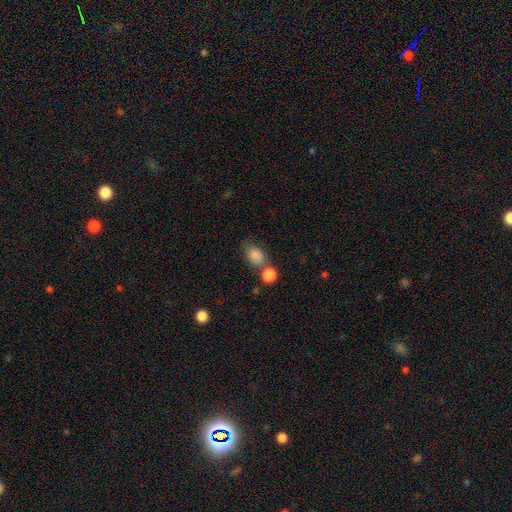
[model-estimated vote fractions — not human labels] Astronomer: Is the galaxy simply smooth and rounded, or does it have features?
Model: smooth — 83%.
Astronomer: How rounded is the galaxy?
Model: in between — 75%.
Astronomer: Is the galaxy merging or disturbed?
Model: none — 55%.